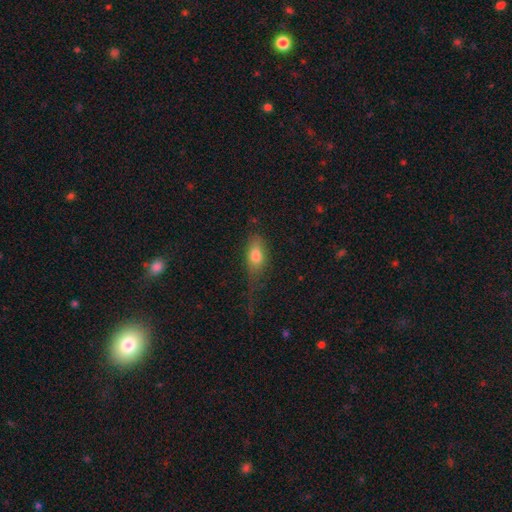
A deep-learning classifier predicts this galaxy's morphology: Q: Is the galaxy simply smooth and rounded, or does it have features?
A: smooth — 77%.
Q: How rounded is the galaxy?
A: in between — 82%.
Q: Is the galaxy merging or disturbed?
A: none — 41%.